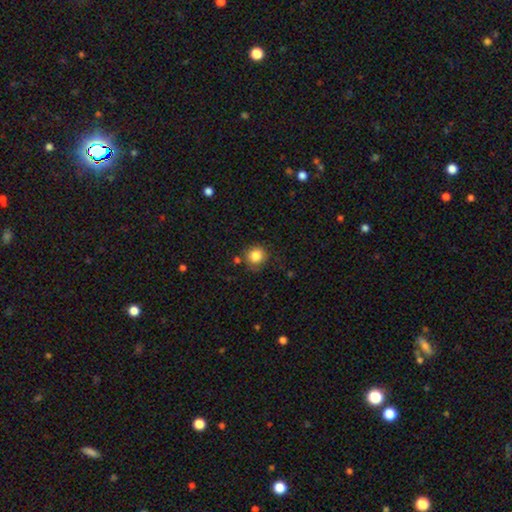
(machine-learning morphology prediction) A smooth galaxy with no disk features (83%) that is round (90%).

Vote fractions:
- Smooth or featured? smooth: 83% / star or artifact: 10% / featured or disk: 7%
- How rounded? round: 90% / in between: 9% / cigar-shaped: 1%
- Merging? none: 75% / minor disturbance: 17% / major disturbance: 5% / merger: 4%